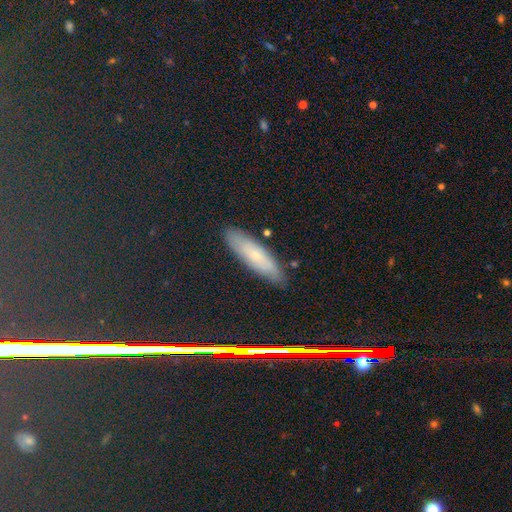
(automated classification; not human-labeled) Q: Smooth or featured?
A: smooth (56%); runner-up: featured or disk (27%)
Q: How rounded?
A: cigar-shaped (56%); runner-up: in between (41%)
Q: Merging?
A: none (86%); runner-up: minor disturbance (11%)